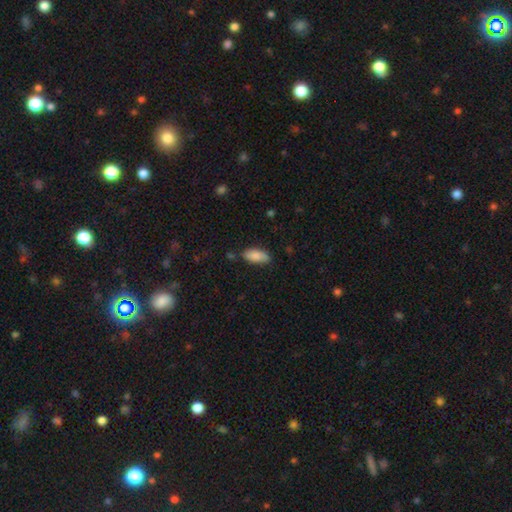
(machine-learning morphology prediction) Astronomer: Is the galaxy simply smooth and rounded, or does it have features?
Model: smooth — 85%.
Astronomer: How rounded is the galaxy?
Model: in between — 87%.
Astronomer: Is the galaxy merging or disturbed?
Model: none — 75%.